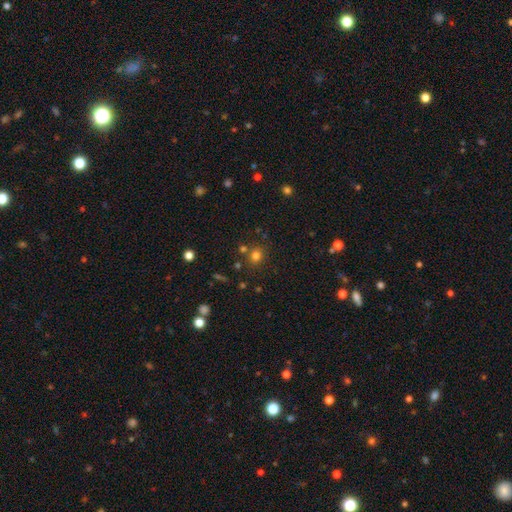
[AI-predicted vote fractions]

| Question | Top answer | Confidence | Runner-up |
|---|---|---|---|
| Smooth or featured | smooth | 75% | star or artifact (18%) |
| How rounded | round | 82% | in between (17%) |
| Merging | none | 76% | merger (11%) |